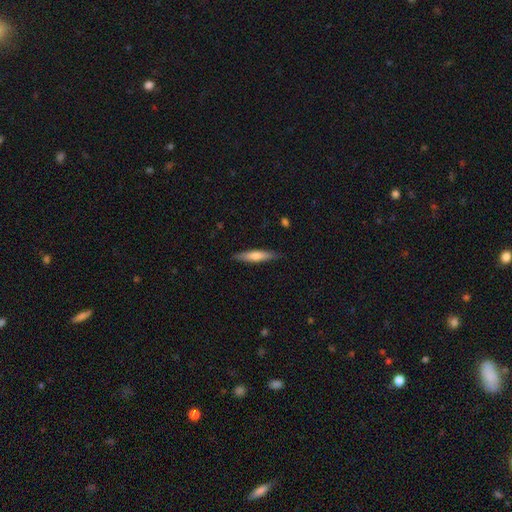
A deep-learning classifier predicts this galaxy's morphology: A smooth galaxy with no disk features (61%) that is cigar-shaped (84%). Merging: none (87%).